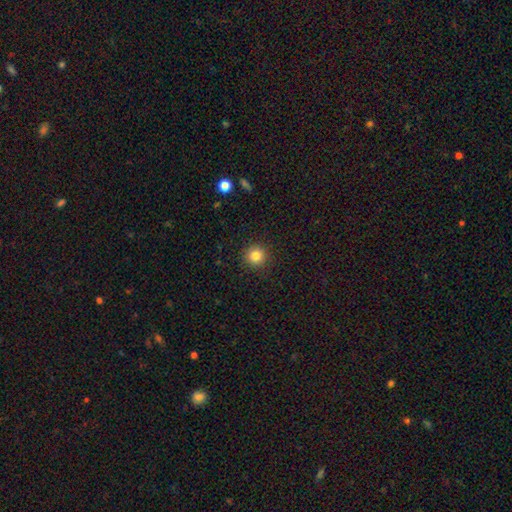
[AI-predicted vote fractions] A smooth galaxy with no disk features (83%) that is round (95%).

Vote fractions:
- Smooth or featured? smooth: 83% / star or artifact: 12% / featured or disk: 6%
- How rounded? round: 95% / in between: 4% / cigar-shaped: 1%
- Merging? none: 91% / minor disturbance: 6% / major disturbance: 2% / merger: 1%